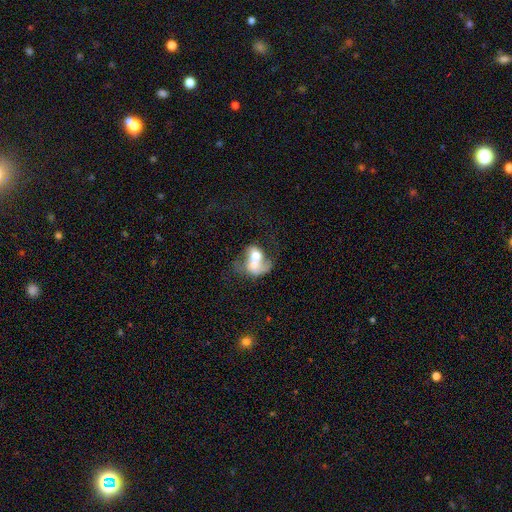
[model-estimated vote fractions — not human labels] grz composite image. It shows a featured or disk galaxy (48%). Merging: merger (71%).